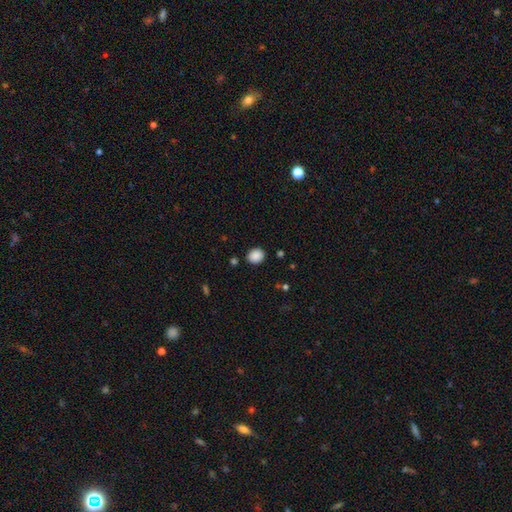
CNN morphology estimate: Smooth or featured?
  - smooth: 88% *
  - star or artifact: 9%
  - featured or disk: 3%
How rounded?
  - round: 64% *
  - in between: 35%
  - cigar-shaped: 1%
Merging?
  - none: 87% *
  - minor disturbance: 8%
  - major disturbance: 2%
  - merger: 2%